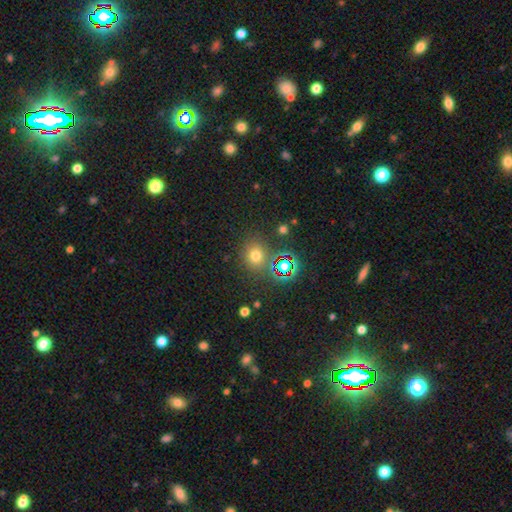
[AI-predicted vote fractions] Smooth or featured? Predicted: smooth (p=0.65). How rounded? Predicted: round (p=0.82). Merging? Predicted: none (p=0.79).